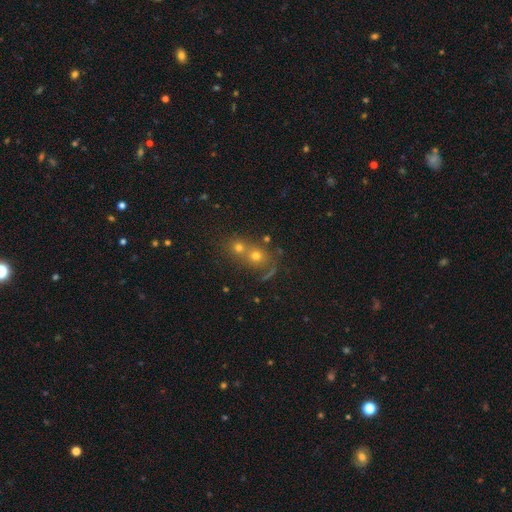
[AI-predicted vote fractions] A smooth galaxy with no disk features (56%) that is round (77%). Merging: merger (60%).